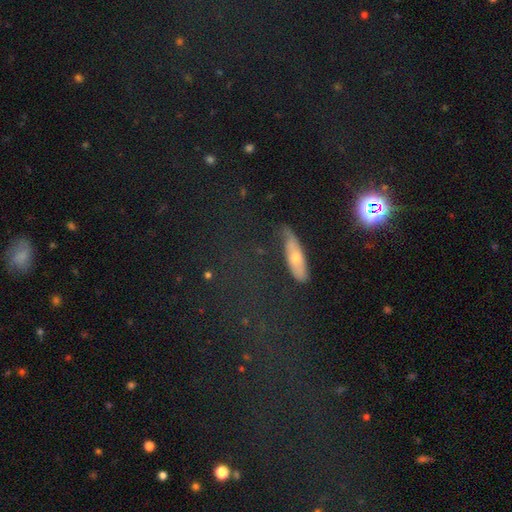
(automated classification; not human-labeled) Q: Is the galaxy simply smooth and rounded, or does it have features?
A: star or artifact — 45%.